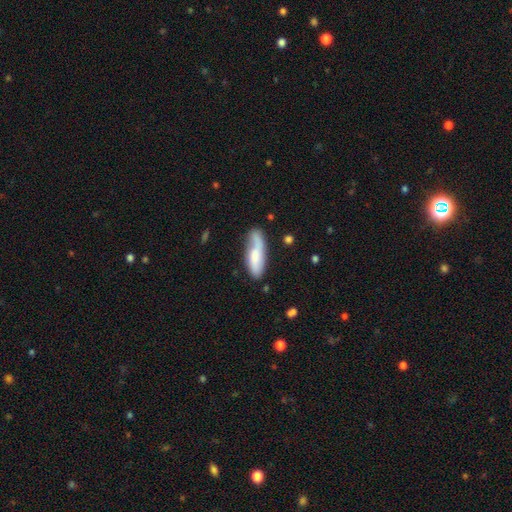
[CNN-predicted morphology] smooth-or-featured: smooth: 59% | featured or disk: 35% | star or artifact: 6%
  how-rounded: in between: 56% | cigar-shaped: 42% | round: 2%
  merging: none: 60% | minor disturbance: 26% | major disturbance: 8% | merger: 5%